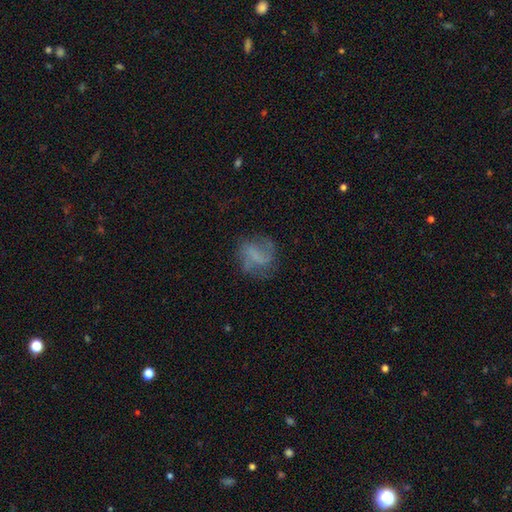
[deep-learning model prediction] featured or disk 54%, smooth 34%, star or artifact 12%. Down the decision tree: edge-on disk — no (97%); bar — no (43%); spiral arms — yes (77%); bulge size — none (66%); merging — none (63%).